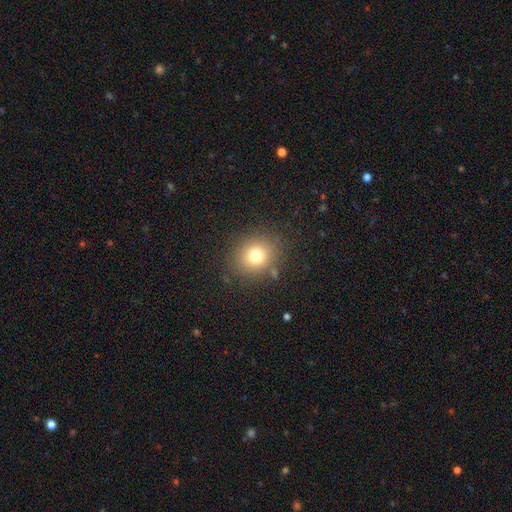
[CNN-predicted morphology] Smooth or featured: smooth — 74% (star or artifact — 15%)
How rounded: round — 83% (in between — 16%)
Merging: none — 84% (minor disturbance — 9%)